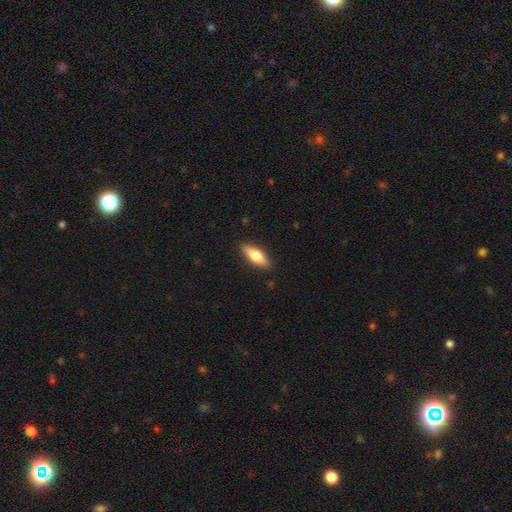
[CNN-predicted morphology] type=smooth (66%); roundness=in between (62%); merging=none (88%).